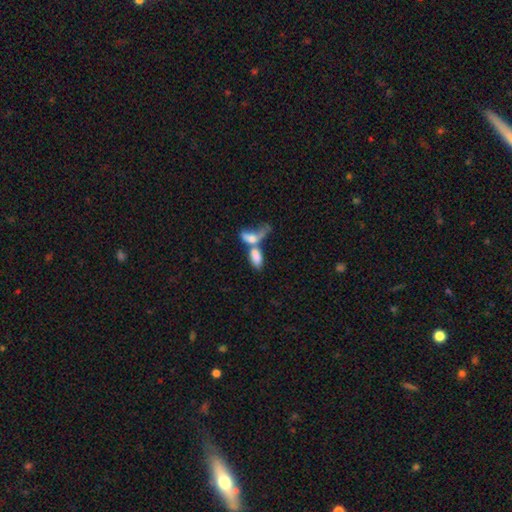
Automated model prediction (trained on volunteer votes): smooth_or_featured: smooth (p=0.70) [alt: featured or disk p=0.22]
how_rounded: in between (p=0.84) [alt: cigar-shaped p=0.11]
merging: merger (p=0.71) [alt: major disturbance p=0.12]